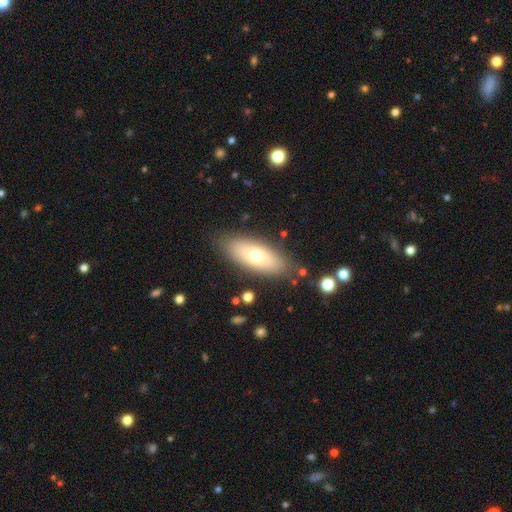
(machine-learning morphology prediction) This appears to be a smooth galaxy with no disk features (66%) that is in between round and cigar-shaped (73%). Merging: none (84%).